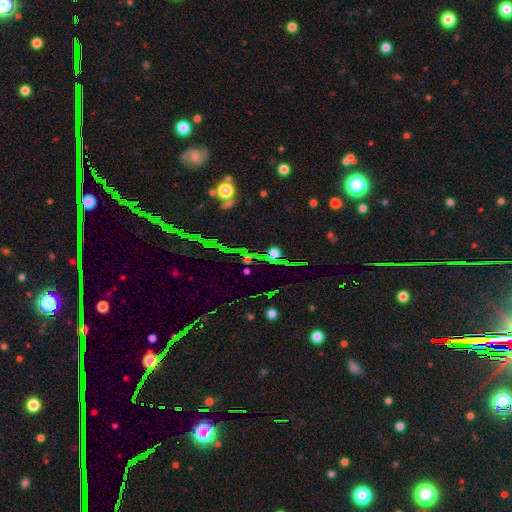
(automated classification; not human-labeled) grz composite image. It shows a star or artifact, not a galaxy (81%).